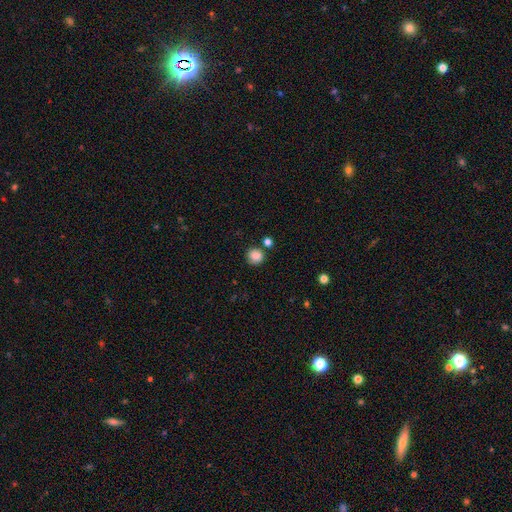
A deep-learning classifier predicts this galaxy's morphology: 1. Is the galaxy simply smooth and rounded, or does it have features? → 86% smooth, 10% star or artifact, 4% featured or disk.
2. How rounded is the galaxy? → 90% round, 9% in between, 1% cigar-shaped.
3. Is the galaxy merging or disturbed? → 78% none, 11% minor disturbance, 8% merger, 3% major disturbance.